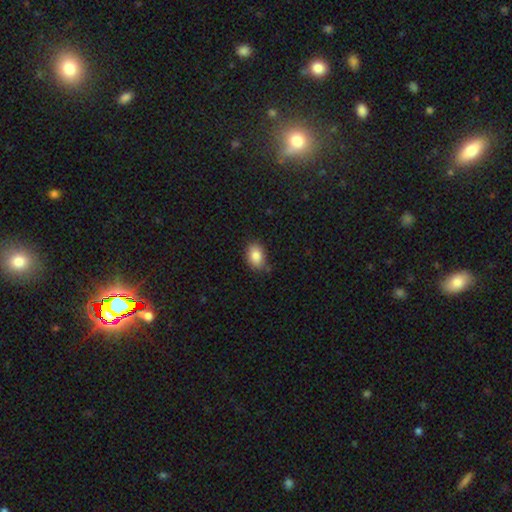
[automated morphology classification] This is clearly a smooth galaxy (86%). How rounded: likely in between (80%). Merging: likely none (80%).